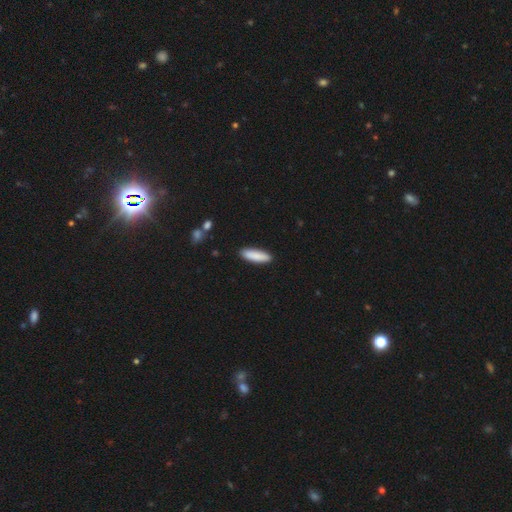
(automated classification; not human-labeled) Overall: smooth (87%). How rounded: cigar-shaped (62%; in between 36%). Merging: none (90%).